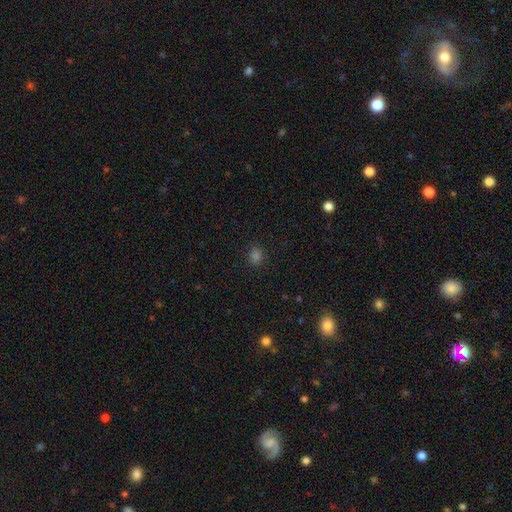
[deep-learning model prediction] The model was most divided on "how rounded": round: 59%, in between: 40%, cigar-shaped: 1%. More confident: merging — none (88%); smooth or featured — smooth (77%).